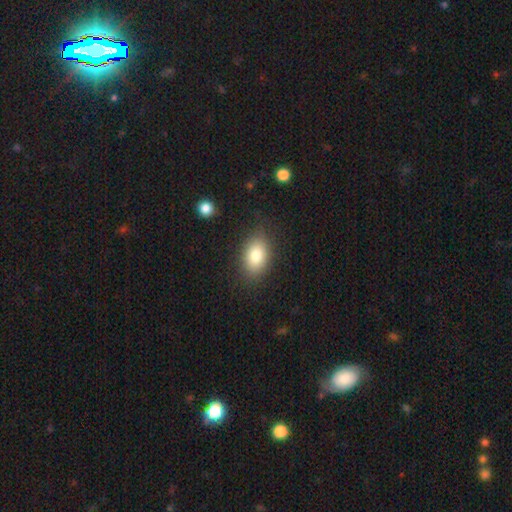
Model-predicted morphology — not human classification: Smooth or featured? Predicted: smooth (p=0.83). How rounded? Predicted: in between (p=0.85). Merging? Predicted: none (p=0.82).